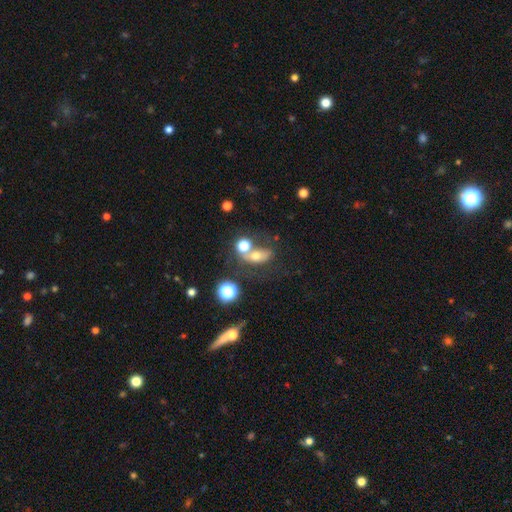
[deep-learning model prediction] Overall: smooth (56%; featured or disk 26%). How rounded: in between (65%; round 29%). Merging: none (40%; merger 34%).